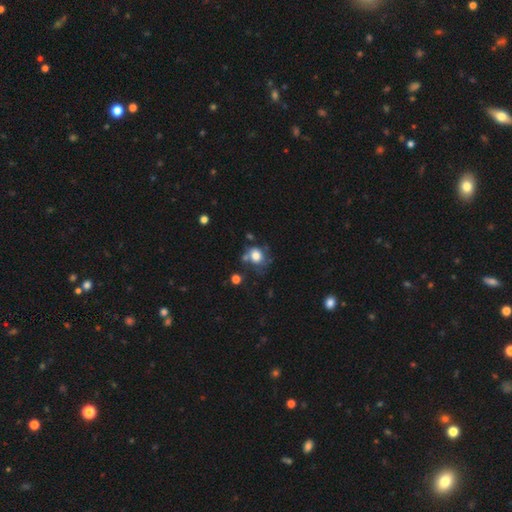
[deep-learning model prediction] Overall: smooth (71%). How rounded: round (66%; in between 33%). Merging: none (45%; minor disturbance 24%).